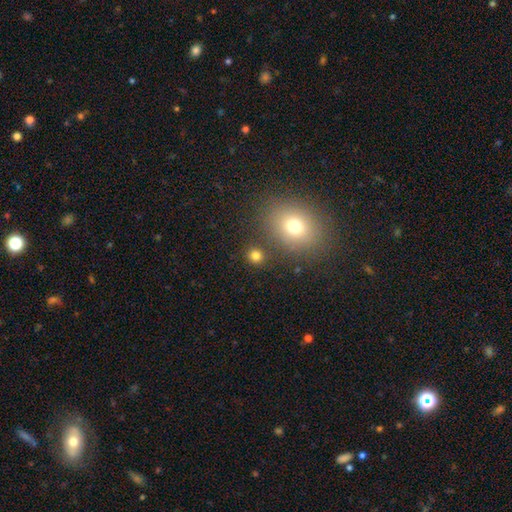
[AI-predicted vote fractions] A smooth galaxy with no disk features (79%) that is round (84%).

Vote fractions:
- Smooth or featured? smooth: 79% / star or artifact: 15% / featured or disk: 6%
- How rounded? round: 84% / in between: 15% / cigar-shaped: 1%
- Merging? none: 82% / merger: 7% / minor disturbance: 7% / major disturbance: 3%